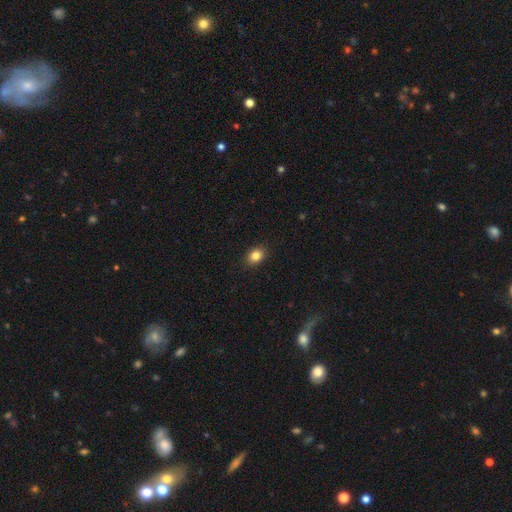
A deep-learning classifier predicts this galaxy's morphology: This is clearly a smooth galaxy (84%). How rounded: likely in between (62%). Merging: clearly none (89%).